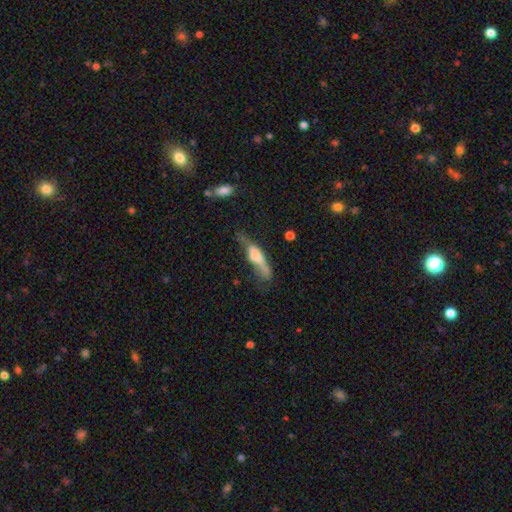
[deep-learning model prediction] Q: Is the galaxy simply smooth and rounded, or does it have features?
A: smooth — 49%.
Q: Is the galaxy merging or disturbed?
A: none — 39%.